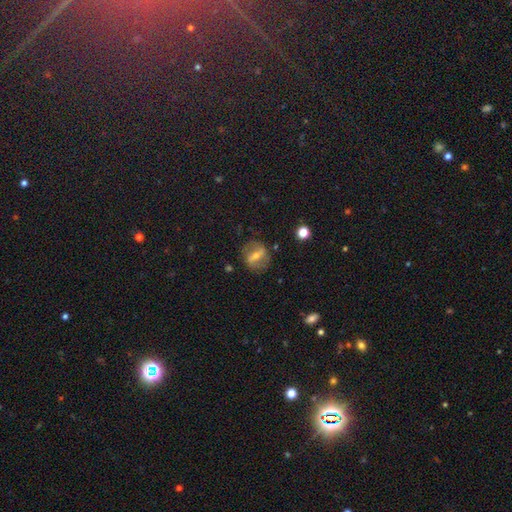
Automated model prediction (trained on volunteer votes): Smooth or featured: featured or disk — 61% (smooth — 30%)
Edge-on disk: no — 87% (yes — 13%)
Bar: strong — 65% (weak — 24%)
Spiral arms: no — 52% (yes — 48%)
Bulge size: small — 50% (moderate — 41%)
Merging: none — 76% (minor disturbance — 15%)